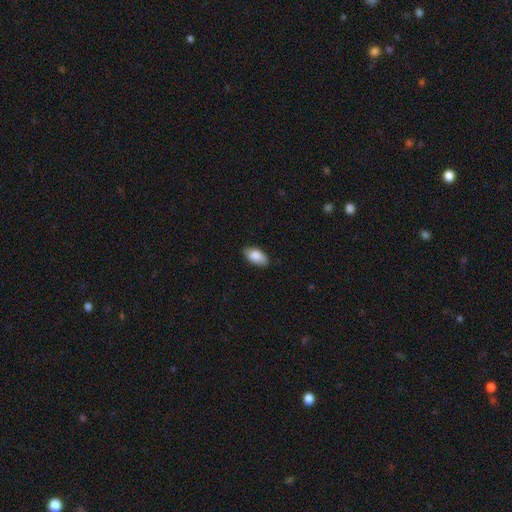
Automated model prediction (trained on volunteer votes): Smooth or featured? Predicted: smooth (p=0.86). How rounded? Predicted: in between (p=0.93). Merging? Predicted: none (p=0.84).